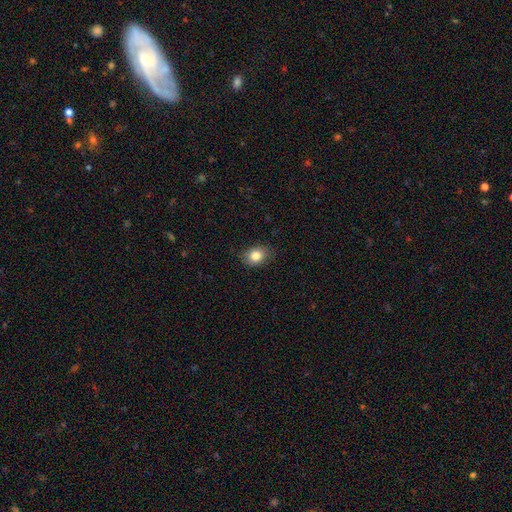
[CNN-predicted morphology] Q: Smooth or featured?
A: smooth (84%); runner-up: star or artifact (9%)
Q: How rounded?
A: in between (62%); runner-up: round (37%)
Q: Merging?
A: none (82%); runner-up: minor disturbance (14%)